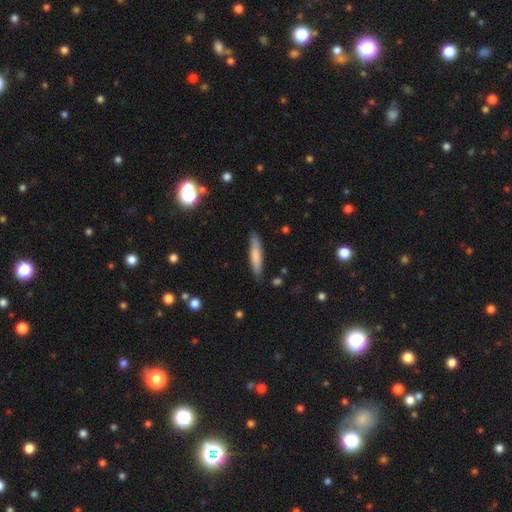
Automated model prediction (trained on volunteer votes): This is likely a smooth galaxy (76%). How rounded: clearly cigar-shaped (87%). Merging: clearly none (86%).